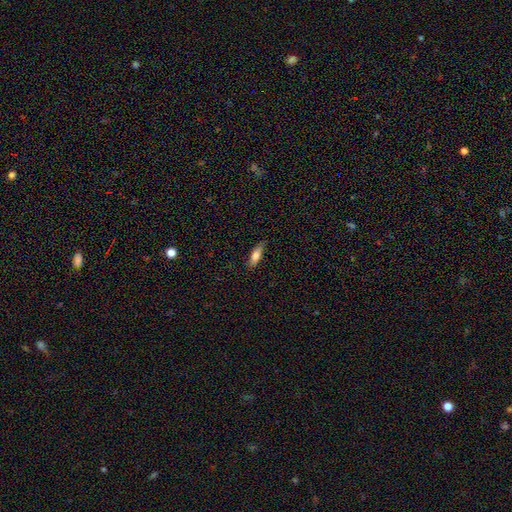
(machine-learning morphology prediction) smooth 74%, featured or disk 19%, star or artifact 7%. Down the decision tree: how rounded — in between (52%); merging — none (76%).